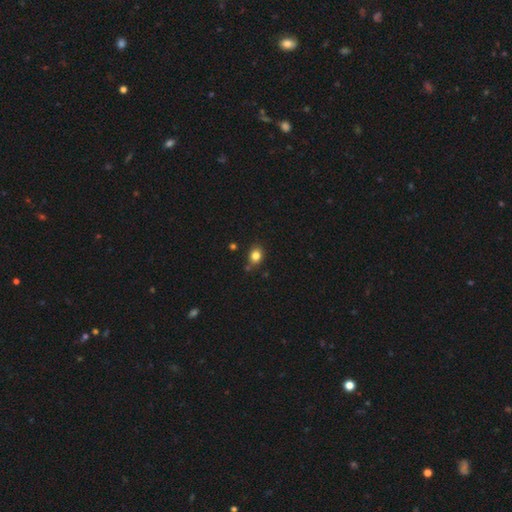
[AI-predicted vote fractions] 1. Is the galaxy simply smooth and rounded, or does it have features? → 82% smooth, 12% star or artifact, 6% featured or disk.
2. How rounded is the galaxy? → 59% round, 40% in between, 1% cigar-shaped.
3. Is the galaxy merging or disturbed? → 78% none, 14% minor disturbance, 5% merger, 3% major disturbance.